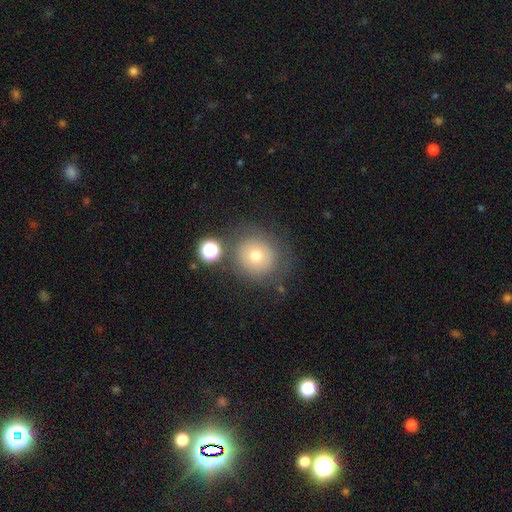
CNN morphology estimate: smooth_or_featured: smooth (p=0.67) [alt: featured or disk p=0.19]
how_rounded: round (p=0.91) [alt: in between p=0.08]
merging: none (p=0.73) [alt: minor disturbance p=0.13]